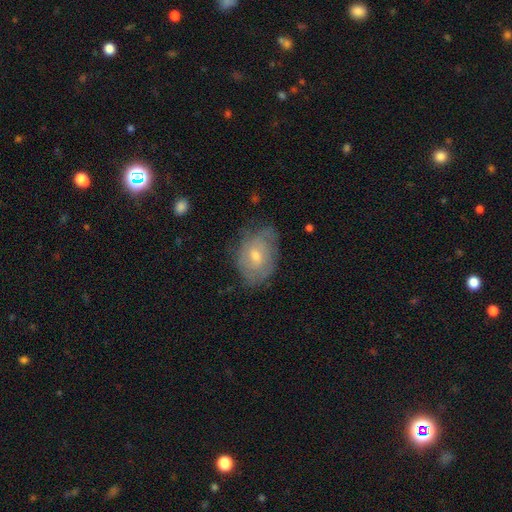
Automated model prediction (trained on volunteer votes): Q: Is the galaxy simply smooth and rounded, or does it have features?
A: featured or disk — 55%.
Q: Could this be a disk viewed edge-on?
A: no — 95%.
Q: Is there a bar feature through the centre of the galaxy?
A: no — 69%.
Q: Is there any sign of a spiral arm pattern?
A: yes — 69%.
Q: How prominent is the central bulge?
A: moderate — 49%.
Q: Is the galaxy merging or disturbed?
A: none — 61%.